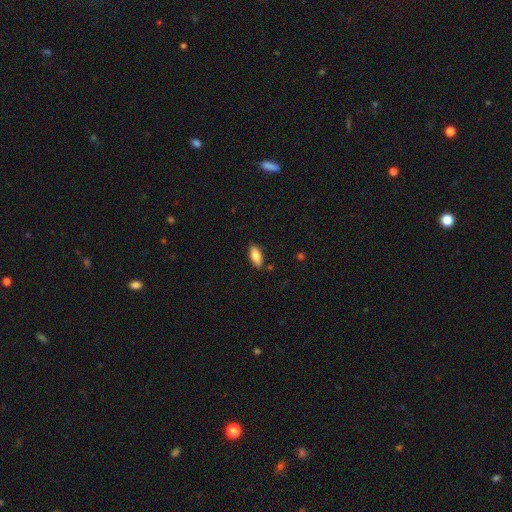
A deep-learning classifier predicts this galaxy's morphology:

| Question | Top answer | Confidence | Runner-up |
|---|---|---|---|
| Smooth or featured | smooth | 82% | featured or disk (11%) |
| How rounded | in between | 82% | cigar-shaped (15%) |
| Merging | none | 87% | minor disturbance (9%) |